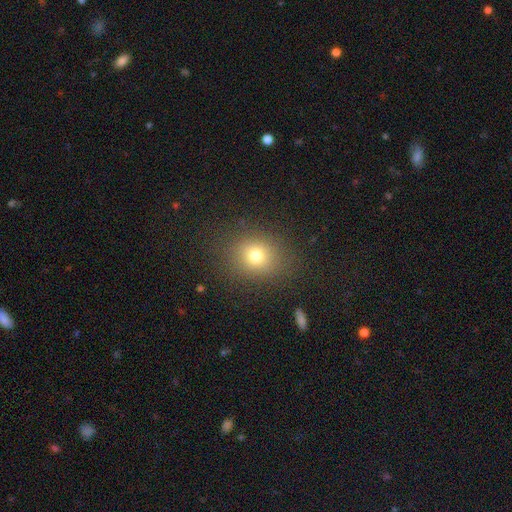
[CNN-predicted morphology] Smooth or featured?
  - smooth: 75% *
  - star or artifact: 16%
  - featured or disk: 9%
How rounded?
  - round: 70% *
  - in between: 29%
  - cigar-shaped: 1%
Merging?
  - none: 84% *
  - minor disturbance: 10%
  - major disturbance: 5%
  - merger: 1%